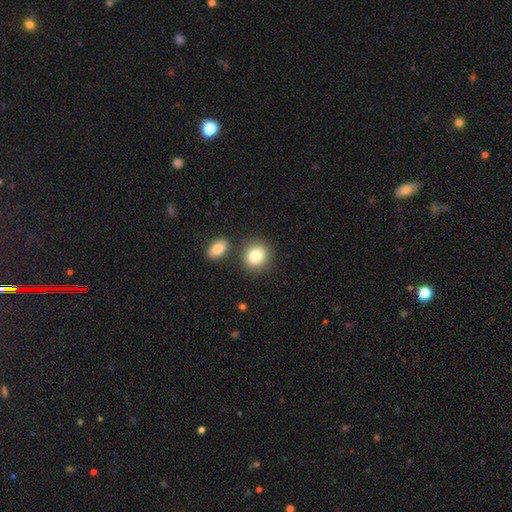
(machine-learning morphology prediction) Smooth or featured: smooth — 84% (star or artifact — 8%)
How rounded: round — 69% (in between — 30%)
Merging: none — 75% (merger — 14%)